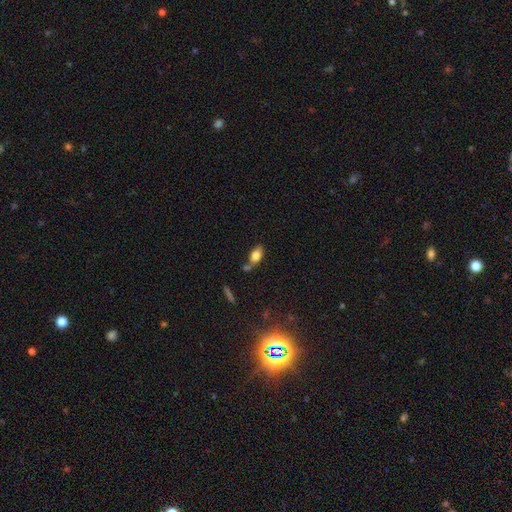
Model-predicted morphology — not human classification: The model was most divided on "merging": none: 61%, minor disturbance: 18%, merger: 17%, major disturbance: 5%. More confident: how rounded — in between (85%); smooth or featured — smooth (71%).